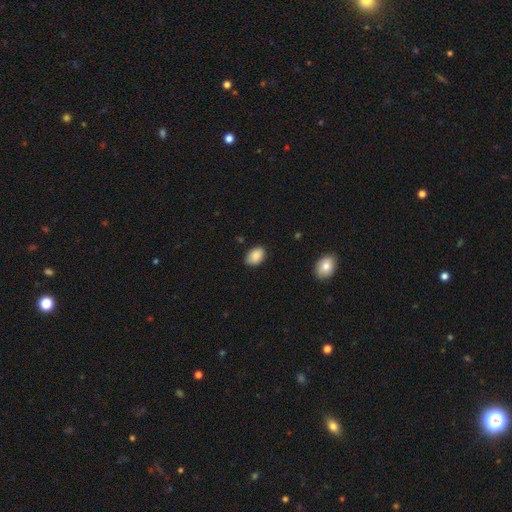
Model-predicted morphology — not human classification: smooth-or-featured: smooth: 88% | star or artifact: 7% | featured or disk: 5%
  how-rounded: in between: 85% | round: 14% | cigar-shaped: 1%
  merging: none: 79% | minor disturbance: 17% | major disturbance: 3% | merger: 1%